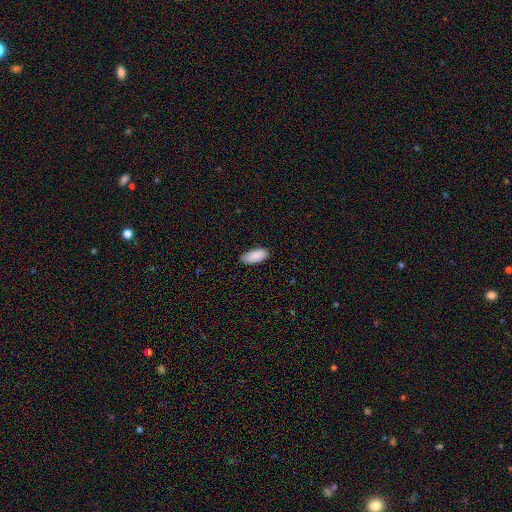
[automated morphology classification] smooth_or_featured: smooth (p=0.90) [alt: star or artifact p=0.06]
how_rounded: in between (p=0.89) [alt: cigar-shaped p=0.10]
merging: none (p=0.85) [alt: minor disturbance p=0.12]